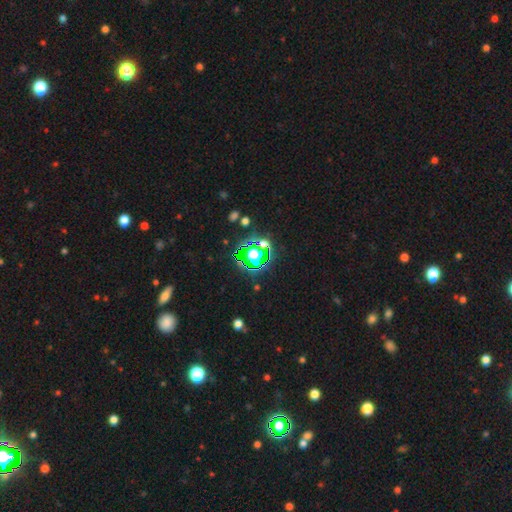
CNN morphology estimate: smooth_or_featured: star or artifact (p=0.73) [alt: smooth p=0.18]